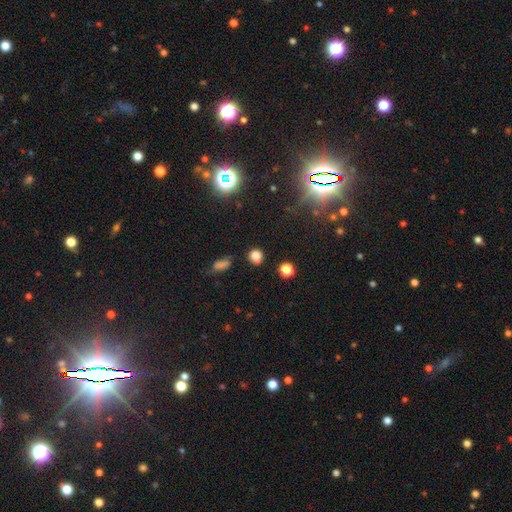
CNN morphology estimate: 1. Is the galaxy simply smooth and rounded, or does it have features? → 78% smooth, 17% star or artifact, 5% featured or disk.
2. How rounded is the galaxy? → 76% round, 22% in between, 2% cigar-shaped.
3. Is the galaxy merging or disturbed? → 80% none, 12% minor disturbance, 4% merger, 4% major disturbance.